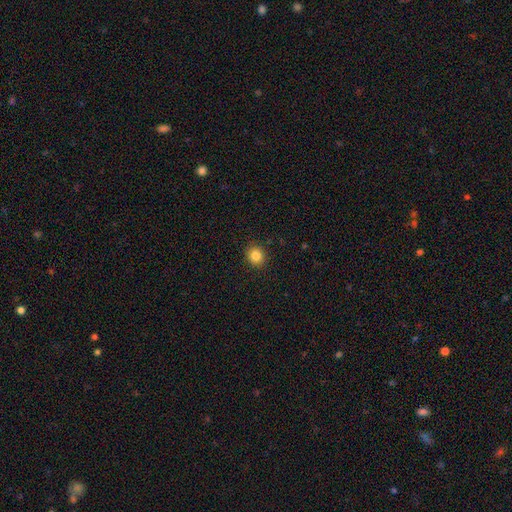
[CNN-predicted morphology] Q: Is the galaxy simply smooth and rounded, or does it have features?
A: smooth — 84%.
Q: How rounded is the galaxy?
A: round — 86%.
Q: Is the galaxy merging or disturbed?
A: none — 90%.